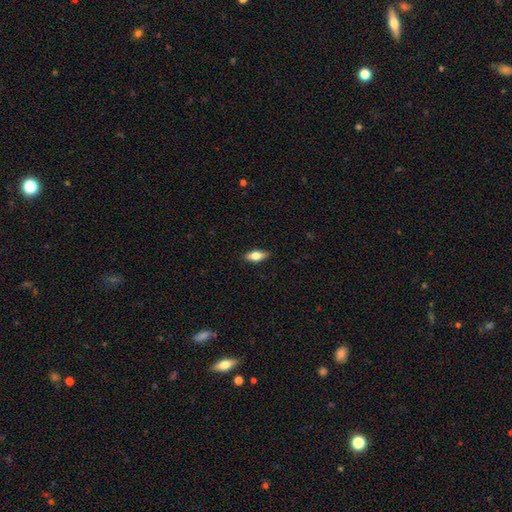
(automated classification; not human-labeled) Q: Smooth or featured?
A: smooth (68%); runner-up: featured or disk (26%)
Q: How rounded?
A: in between (78%); runner-up: cigar-shaped (19%)
Q: Merging?
A: none (88%); runner-up: minor disturbance (9%)